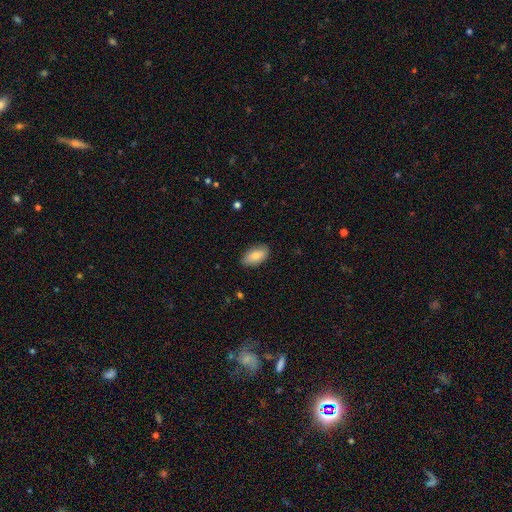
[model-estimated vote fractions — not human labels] This appears to be a smooth galaxy with no disk features (83%) that is in between round and cigar-shaped (93%). Merging: none (86%).